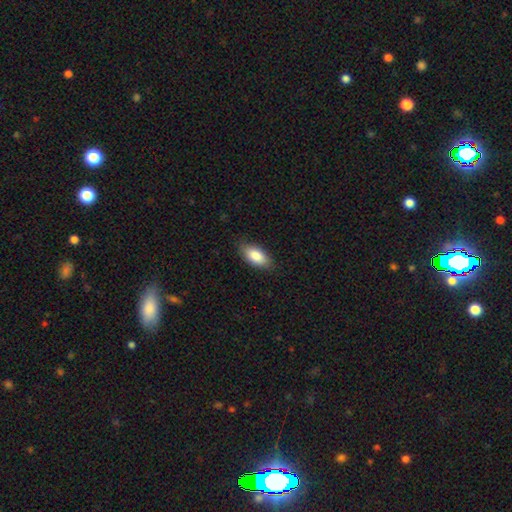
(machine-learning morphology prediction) smooth 87%, featured or disk 7%, star or artifact 6%. Down the decision tree: how rounded — in between (91%); merging — none (84%).